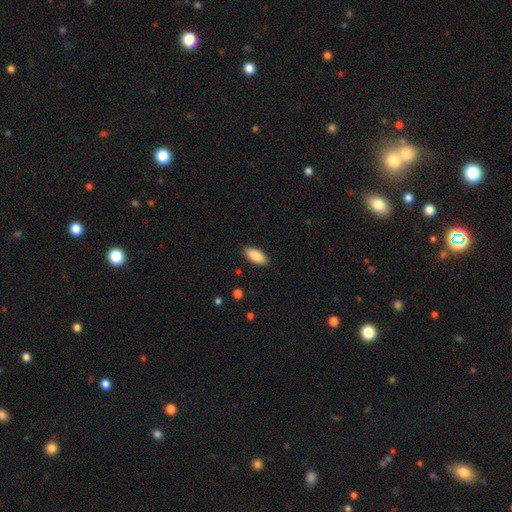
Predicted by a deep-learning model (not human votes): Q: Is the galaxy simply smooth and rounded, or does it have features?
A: smooth — 87%.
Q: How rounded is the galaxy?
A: in between — 89%.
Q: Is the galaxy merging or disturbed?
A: none — 89%.